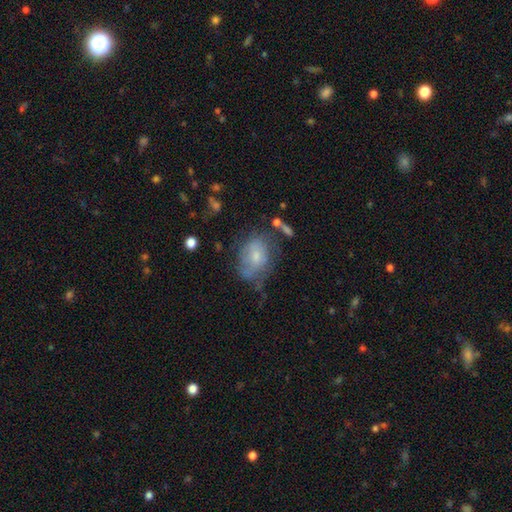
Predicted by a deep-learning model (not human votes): Smooth or featured? smooth (52%)
How rounded? in between (73%)
Merging? none (40%)